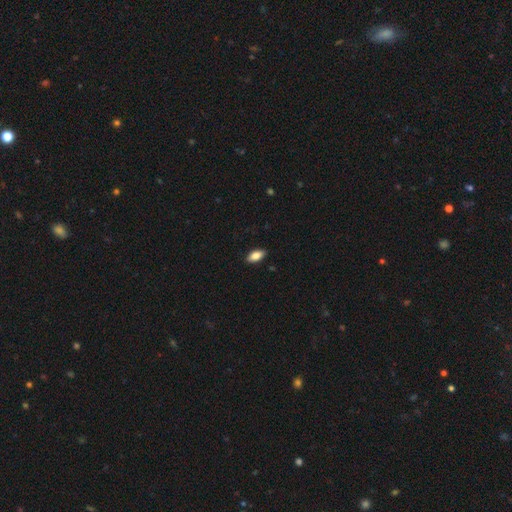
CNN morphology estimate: Smooth or featured? smooth (85%)
How rounded? in between (90%)
Merging? none (89%)